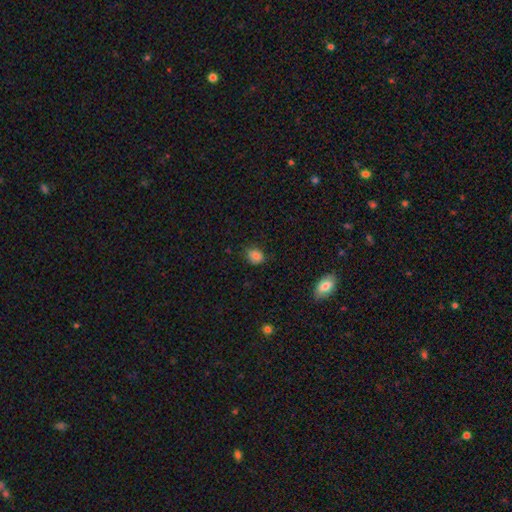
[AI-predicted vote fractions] A smooth galaxy with no disk features (84%) that is round (62%). Merging: none (74%).